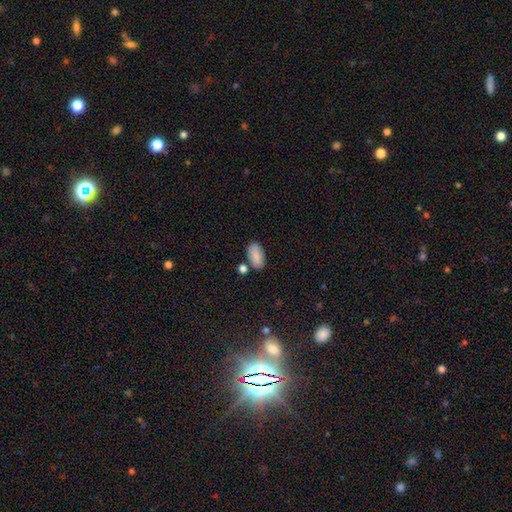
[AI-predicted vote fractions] Smooth or featured?
  - smooth: 86% *
  - star or artifact: 7%
  - featured or disk: 7%
How rounded?
  - in between: 93% *
  - round: 4%
  - cigar-shaped: 3%
Merging?
  - none: 73% *
  - minor disturbance: 13%
  - merger: 11%
  - major disturbance: 4%